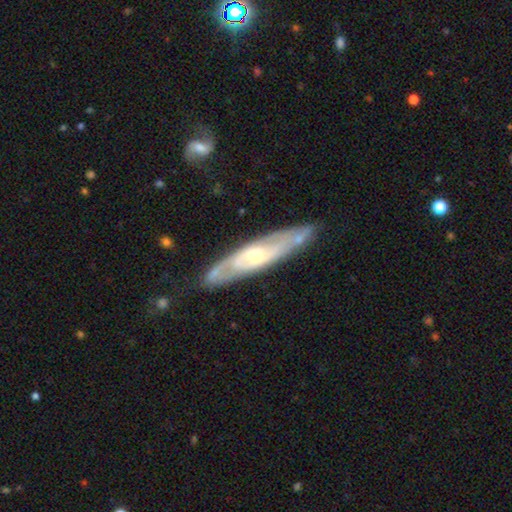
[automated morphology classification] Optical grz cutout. It shows a featured or disk galaxy (76%). Merging: none (79%).